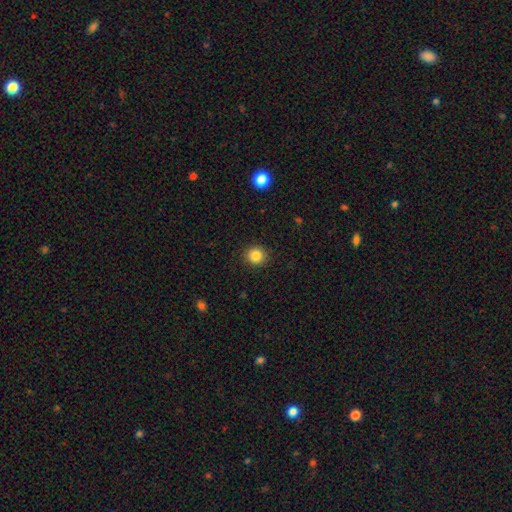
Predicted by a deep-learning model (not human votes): Smooth or featured: smooth — 85% (star or artifact — 11%)
How rounded: round — 90% (in between — 9%)
Merging: none — 91% (minor disturbance — 6%)